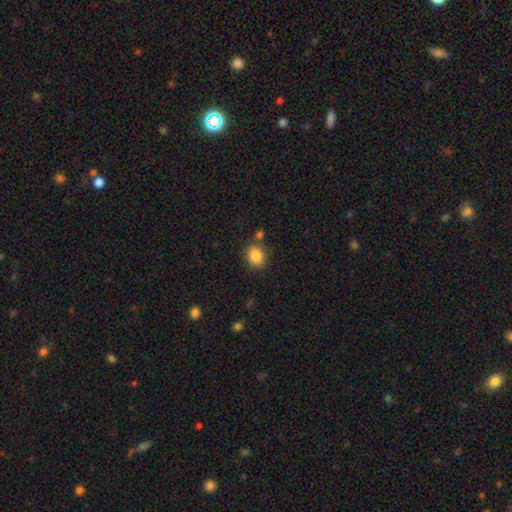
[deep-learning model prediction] A smooth galaxy with no disk features (87%) that is round (54%).

Vote fractions:
- Smooth or featured? smooth: 87% / star or artifact: 9% / featured or disk: 4%
- How rounded? round: 54% / in between: 45% / cigar-shaped: 1%
- Merging? none: 77% / minor disturbance: 12% / merger: 7% / major disturbance: 4%